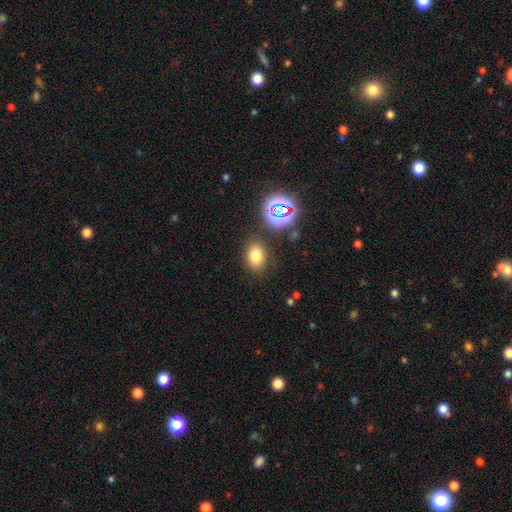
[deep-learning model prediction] A smooth galaxy with no disk features (73%) that is in between round and cigar-shaped (74%).

Vote fractions:
- Smooth or featured? smooth: 73% / star or artifact: 18% / featured or disk: 9%
- How rounded? in between: 74% / round: 24% / cigar-shaped: 1%
- Merging? none: 83% / minor disturbance: 10% / major disturbance: 4% / merger: 3%